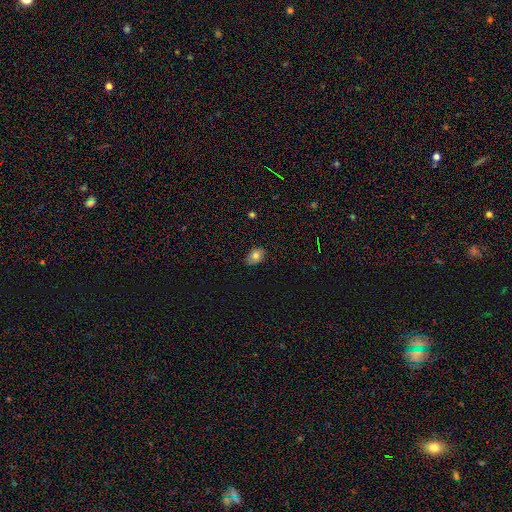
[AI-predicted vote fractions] Q: Smooth or featured?
A: smooth (79%); runner-up: featured or disk (11%)
Q: How rounded?
A: in between (79%); runner-up: round (19%)
Q: Merging?
A: none (82%); runner-up: minor disturbance (15%)